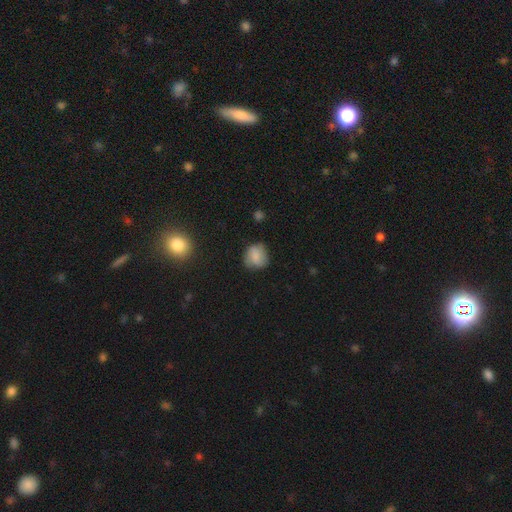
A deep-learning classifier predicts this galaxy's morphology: smooth_or_featured: smooth (p=0.73) [alt: featured or disk p=0.17]
how_rounded: round (p=0.72) [alt: in between p=0.27]
merging: none (p=0.67) [alt: minor disturbance p=0.24]